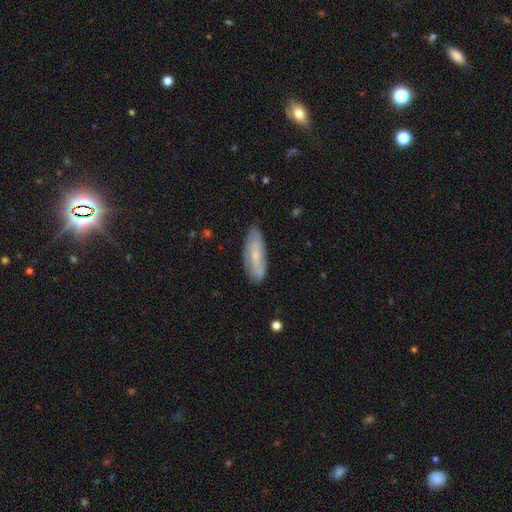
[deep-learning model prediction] Smooth or featured? smooth (49%)
Merging? none (77%)